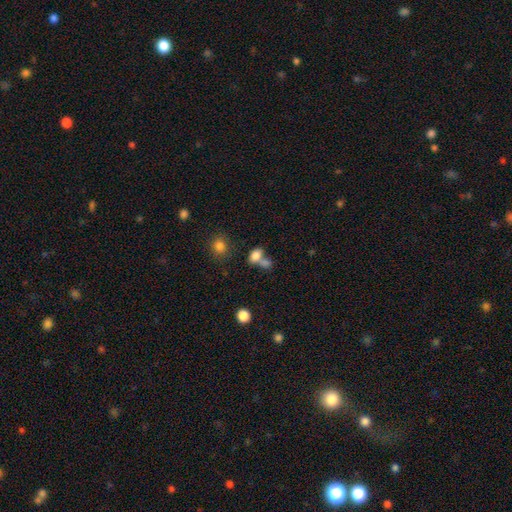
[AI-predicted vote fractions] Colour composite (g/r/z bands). It shows a smooth galaxy with no disk features (79%) that is in between round and cigar-shaped (75%). Merging: merger (52%).